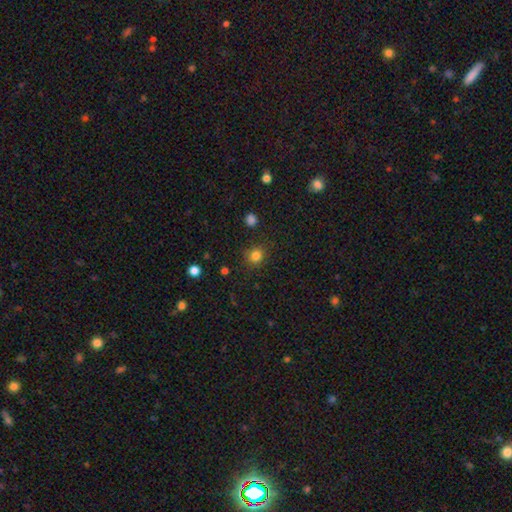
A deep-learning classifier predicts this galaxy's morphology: smooth 82%, star or artifact 13%, featured or disk 5%. Down the decision tree: how rounded — round (86%); merging — none (86%).